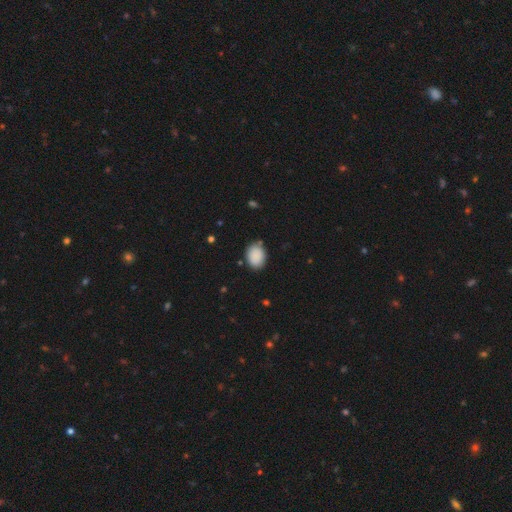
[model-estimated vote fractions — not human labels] Smooth or featured?
  - smooth: 89% *
  - star or artifact: 7%
  - featured or disk: 4%
How rounded?
  - in between: 69% *
  - round: 30%
  - cigar-shaped: 1%
Merging?
  - none: 81% *
  - minor disturbance: 14%
  - major disturbance: 3%
  - merger: 2%